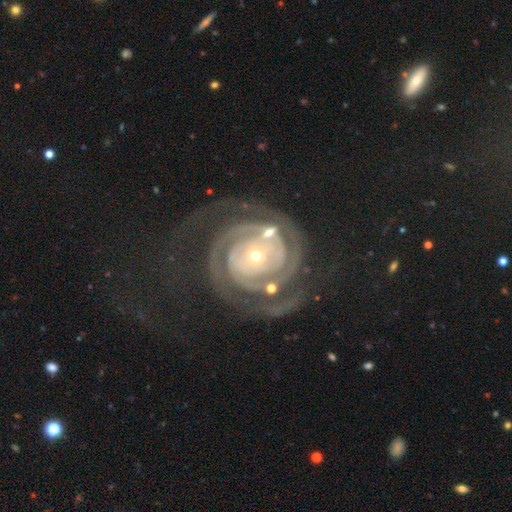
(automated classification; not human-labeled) smooth_or_featured: featured or disk (p=0.90) [alt: star or artifact p=0.06]
disk_edge_on: no (p=0.98) [alt: yes p=0.02]
bar: no (p=0.73) [alt: weak p=0.16]
has_spiral_arms: yes (p=0.98) [alt: no p=0.02]
spiral_winding: tight (p=0.79) [alt: medium p=0.17]
spiral_arm_count: 2 (p=0.69) [alt: can't tell p=0.09]
bulge_size: small (p=0.72) [alt: moderate p=0.24]
merging: none (p=0.64) [alt: major disturbance p=0.15]